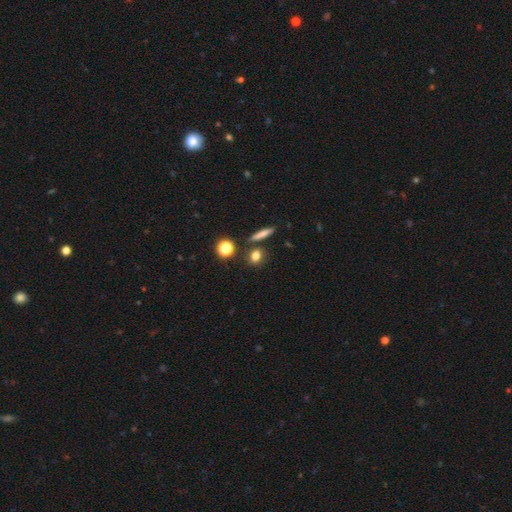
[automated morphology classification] smooth-or-featured: smooth: 79% | star or artifact: 13% | featured or disk: 9%
  how-rounded: round: 56% | in between: 32% | cigar-shaped: 13%
  merging: none: 79% | minor disturbance: 9% | merger: 9% | major disturbance: 3%